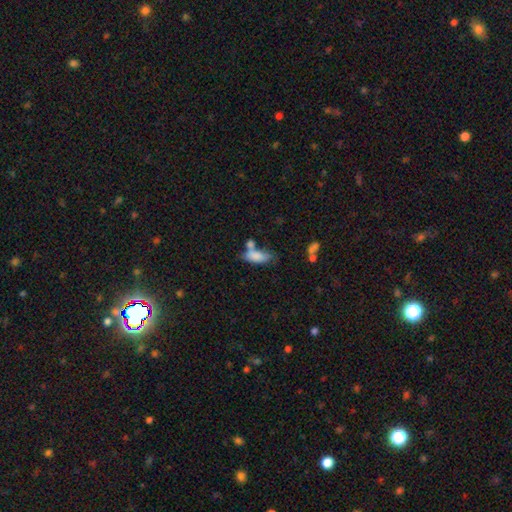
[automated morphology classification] Q: Smooth or featured?
A: smooth (80%); runner-up: featured or disk (12%)
Q: How rounded?
A: in between (78%); runner-up: cigar-shaped (19%)
Q: Merging?
A: none (39%); runner-up: merger (32%)